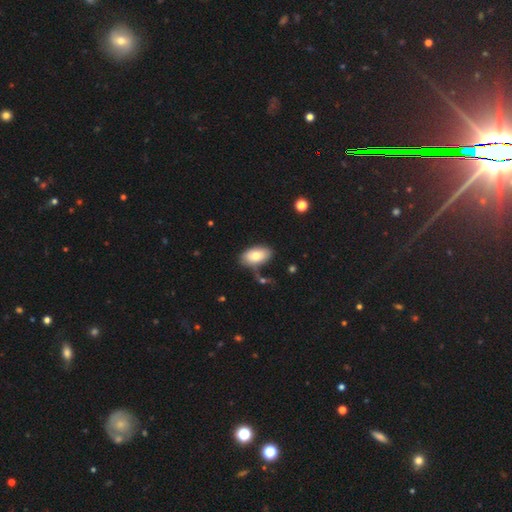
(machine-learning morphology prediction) This is likely a smooth galaxy (75%). How rounded: clearly in between (93%). Merging: likely none (66%).